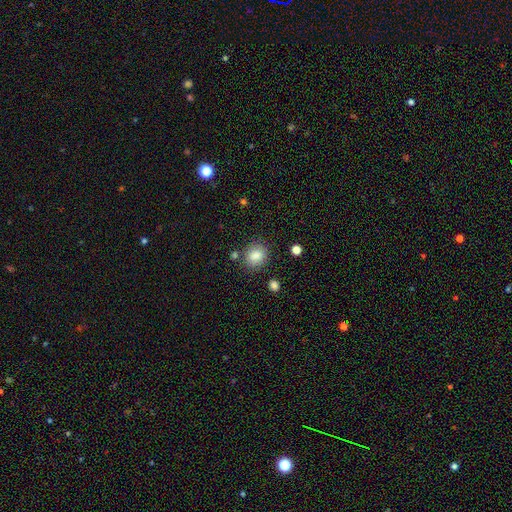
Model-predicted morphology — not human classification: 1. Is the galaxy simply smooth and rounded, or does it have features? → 85% smooth, 9% star or artifact, 6% featured or disk.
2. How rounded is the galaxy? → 62% round, 37% in between, 1% cigar-shaped.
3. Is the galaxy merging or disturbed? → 78% none, 12% minor disturbance, 5% merger, 4% major disturbance.